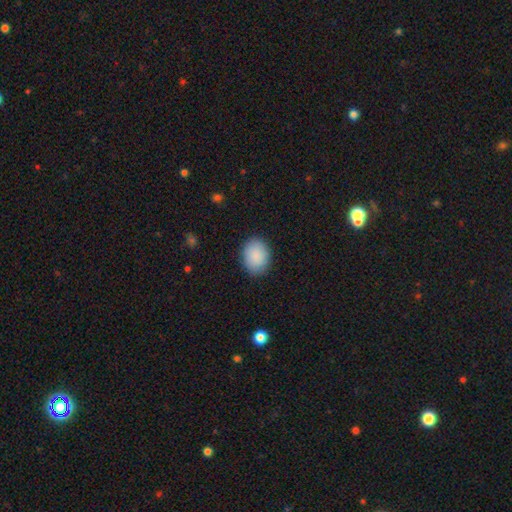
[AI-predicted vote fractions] Smooth or featured? smooth (89%)
How rounded? in between (62%)
Merging? none (87%)